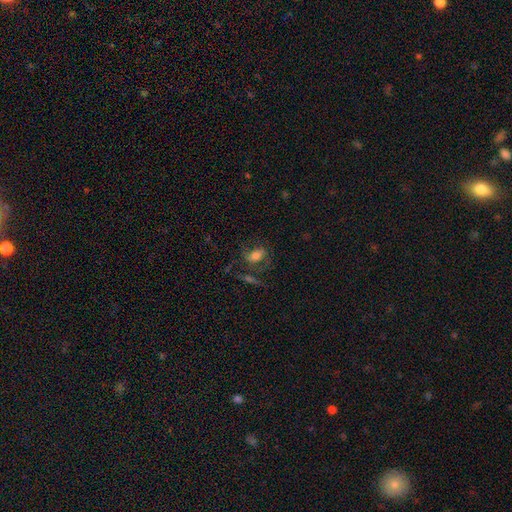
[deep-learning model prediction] smooth-or-featured: smooth: 56% | featured or disk: 32% | star or artifact: 12%
  how-rounded: in between: 78% | round: 18% | cigar-shaped: 5%
  merging: none: 50% | major disturbance: 20% | minor disturbance: 20% | merger: 10%